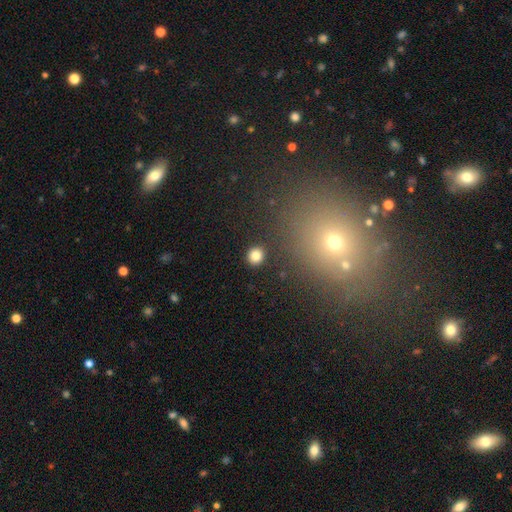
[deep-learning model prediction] Morphology: type=smooth (82%); roundness=round (88%); merging=none (90%).